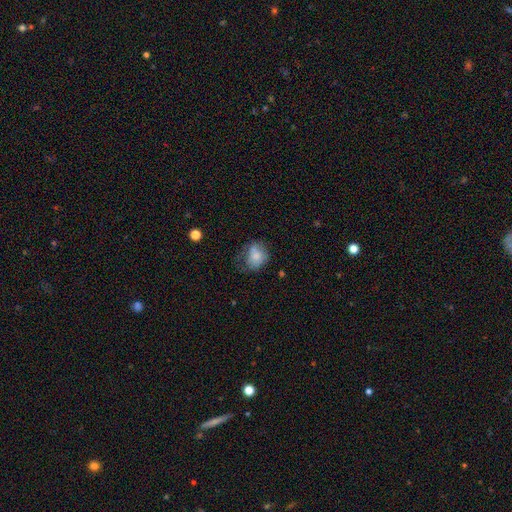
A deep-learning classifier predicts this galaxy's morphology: Overall: smooth (73%). How rounded: round (53%; in between 46%). Merging: none (41%; minor disturbance 32%).